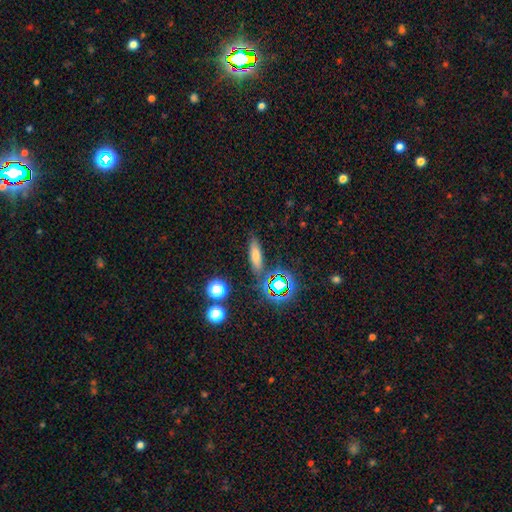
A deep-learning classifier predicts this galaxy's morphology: A smooth galaxy with no disk features (60%) that is cigar-shaped (57%). Merging: none (81%).